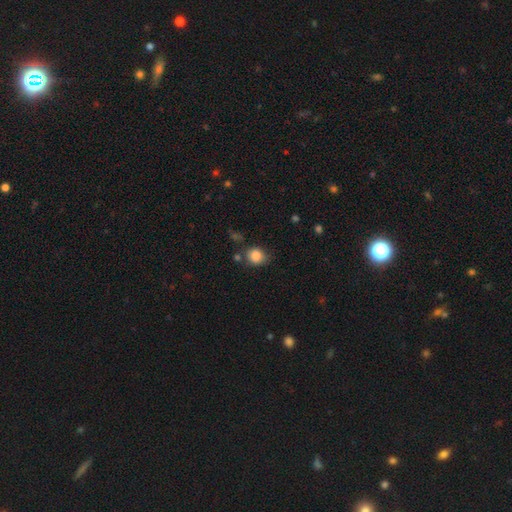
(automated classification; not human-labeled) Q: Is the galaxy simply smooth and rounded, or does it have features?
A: smooth — 84%.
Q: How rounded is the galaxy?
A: round — 69%.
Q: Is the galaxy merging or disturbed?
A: none — 70%.